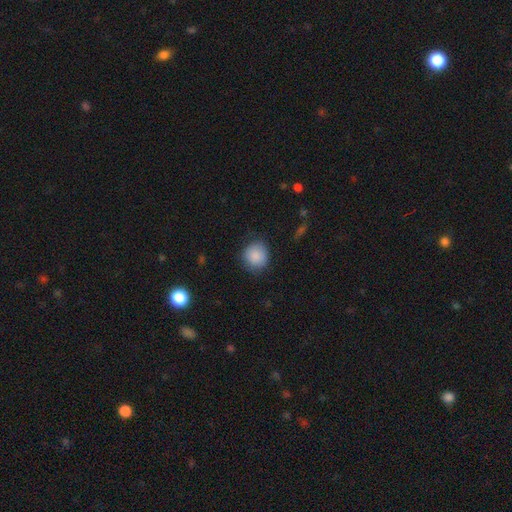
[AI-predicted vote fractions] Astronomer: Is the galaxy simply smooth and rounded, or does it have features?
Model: smooth — 87%.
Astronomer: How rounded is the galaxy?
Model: round — 87%.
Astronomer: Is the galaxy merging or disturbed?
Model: none — 80%.